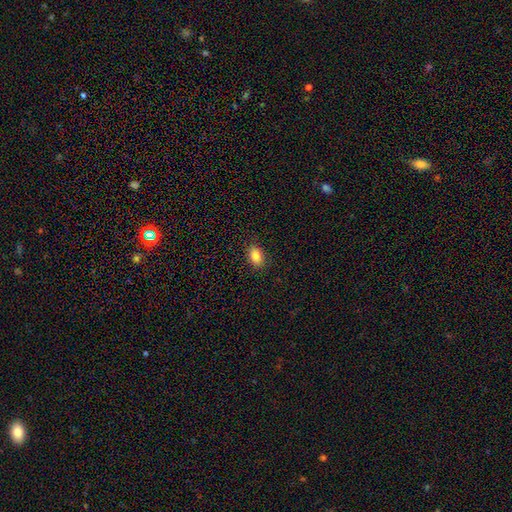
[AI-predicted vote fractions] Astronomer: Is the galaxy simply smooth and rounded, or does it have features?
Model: smooth — 85%.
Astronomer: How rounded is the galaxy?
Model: in between — 86%.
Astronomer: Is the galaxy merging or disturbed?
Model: none — 87%.